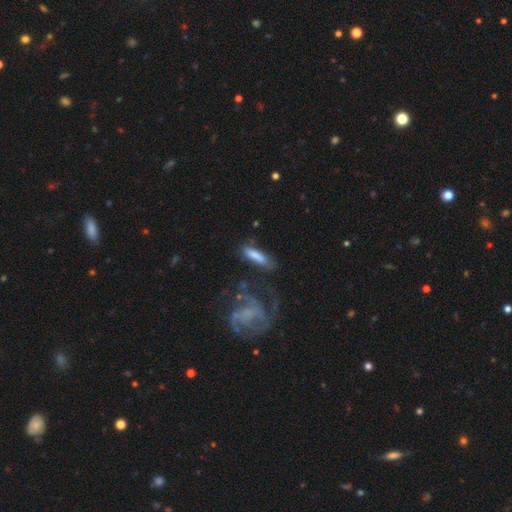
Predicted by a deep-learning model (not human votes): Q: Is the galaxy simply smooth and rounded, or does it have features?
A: smooth — 75%.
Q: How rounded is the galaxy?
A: cigar-shaped — 70%.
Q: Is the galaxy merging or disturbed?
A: none — 64%.